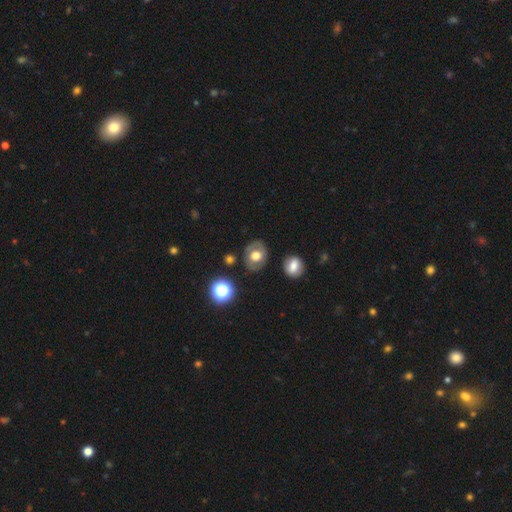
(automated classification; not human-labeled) This is possibly a smooth galaxy (51%). How rounded: possibly in between (50%). Merging: likely none (78%).